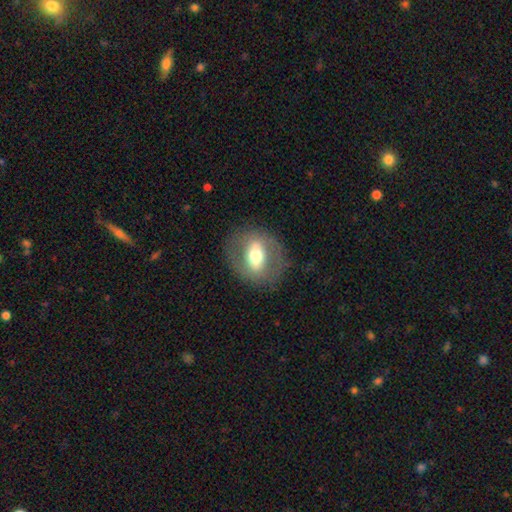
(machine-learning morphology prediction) This appears to be a featured or disk galaxy (52%). Merging: none (80%).